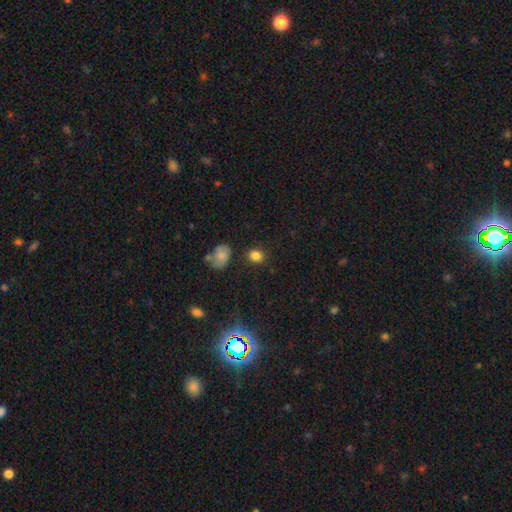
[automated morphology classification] smooth_or_featured: smooth (p=0.83) [alt: star or artifact p=0.12]
how_rounded: round (p=0.67) [alt: in between p=0.32]
merging: none (p=0.82) [alt: minor disturbance p=0.12]